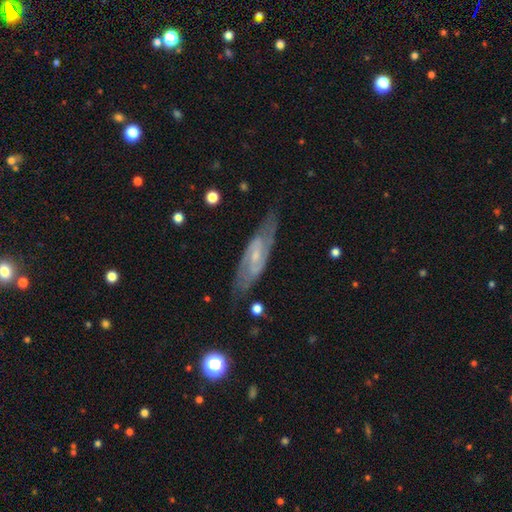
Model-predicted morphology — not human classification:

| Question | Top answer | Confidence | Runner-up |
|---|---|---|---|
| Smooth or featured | featured or disk | 81% | smooth (12%) |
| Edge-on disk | no | 83% | yes (17%) |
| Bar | weak | 50% | no (28%) |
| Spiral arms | yes | 91% | no (9%) |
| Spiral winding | medium | 48% | tight (34%) |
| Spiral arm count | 2 | 79% | can't tell (14%) |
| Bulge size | small | 67% | moderate (24%) |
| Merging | none | 77% | minor disturbance (16%) |